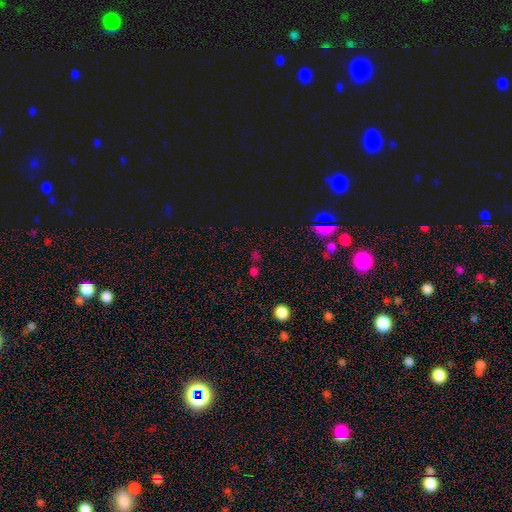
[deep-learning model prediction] Morphology: type=star or artifact (55%).